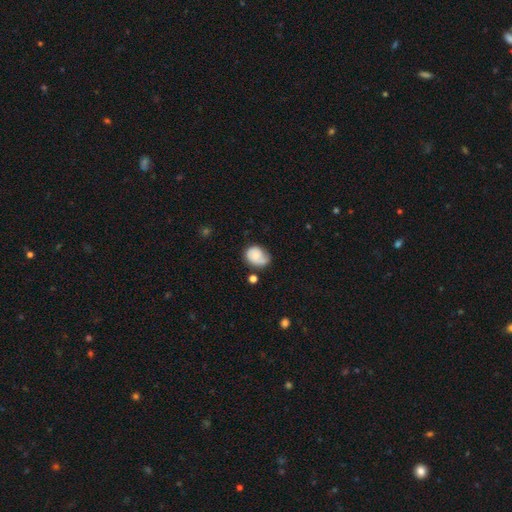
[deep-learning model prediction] A smooth galaxy with no disk features (53%) that is in between round and cigar-shaped (50%).

Vote fractions:
- Smooth or featured? smooth: 53% / featured or disk: 40% / star or artifact: 7%
- How rounded? in between: 50% / round: 49% / cigar-shaped: 1%
- Merging? none: 48% / minor disturbance: 34% / major disturbance: 13% / merger: 4%